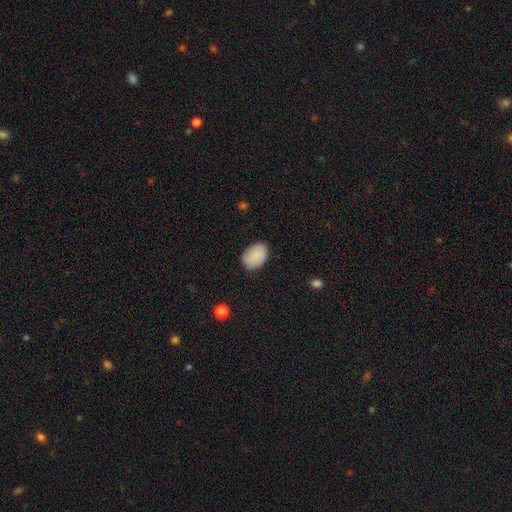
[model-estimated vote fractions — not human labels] Smooth or featured? Predicted: smooth (p=0.84). How rounded? Predicted: in between (p=0.83). Merging? Predicted: none (p=0.79).